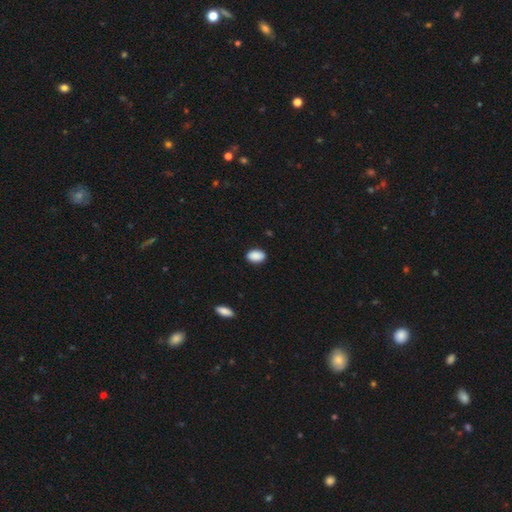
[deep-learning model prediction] smooth-or-featured: smooth: 90% | star or artifact: 7% | featured or disk: 3%
  how-rounded: in between: 89% | round: 10% | cigar-shaped: 1%
  merging: none: 87% | minor disturbance: 9% | major disturbance: 2% | merger: 1%